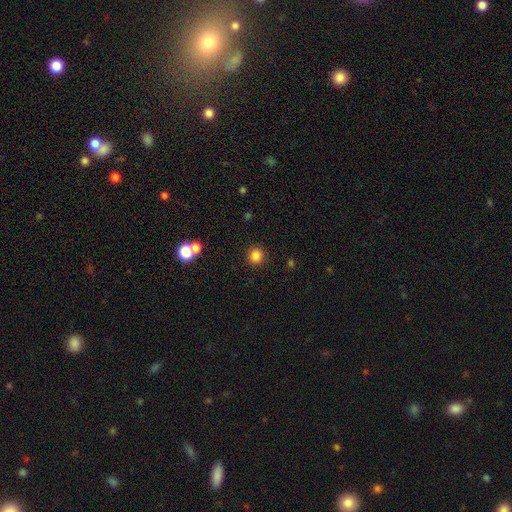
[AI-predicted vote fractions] This is clearly a smooth galaxy (84%). How rounded: clearly round (92%). Merging: clearly none (90%).